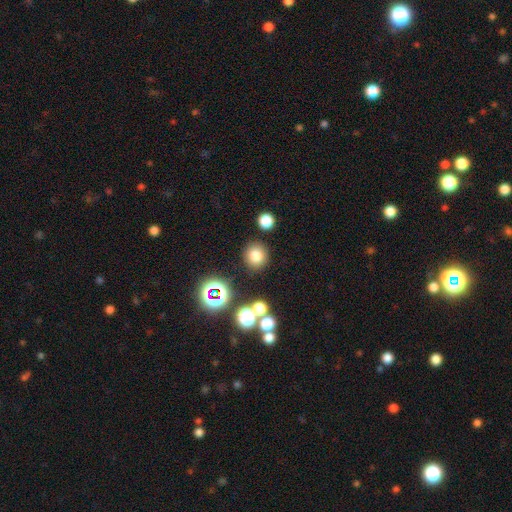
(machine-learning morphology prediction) The model was most divided on "smooth or featured": smooth: 78%, star or artifact: 15%, featured or disk: 7%. More confident: how rounded — round (87%); merging — none (86%).